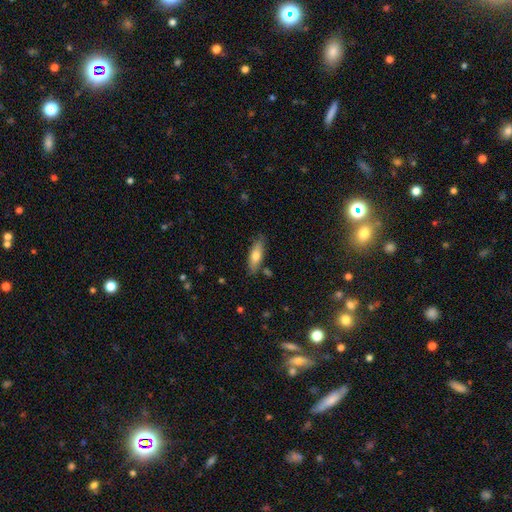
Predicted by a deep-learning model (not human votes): A smooth galaxy with no disk features (68%) that is in between round and cigar-shaped (55%). Merging: none (80%).